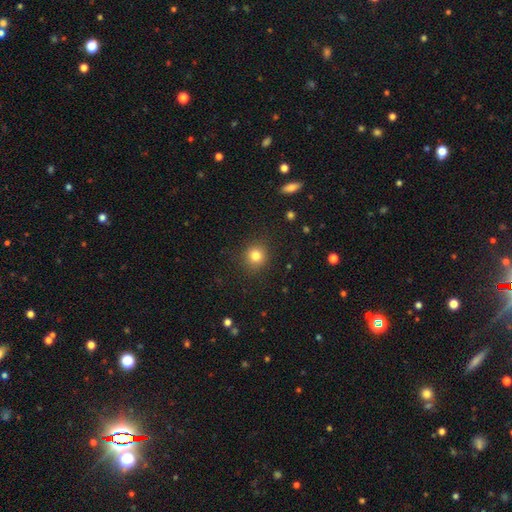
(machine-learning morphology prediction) Smooth or featured: smooth — 82% (star or artifact — 12%)
How rounded: round — 89% (in between — 10%)
Merging: none — 89% (minor disturbance — 8%)